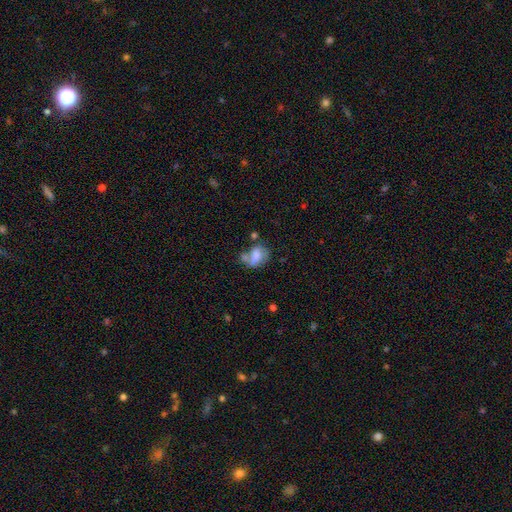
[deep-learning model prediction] Morphology: type=smooth (66%); roundness=in between (70%); merging=merger (35%).